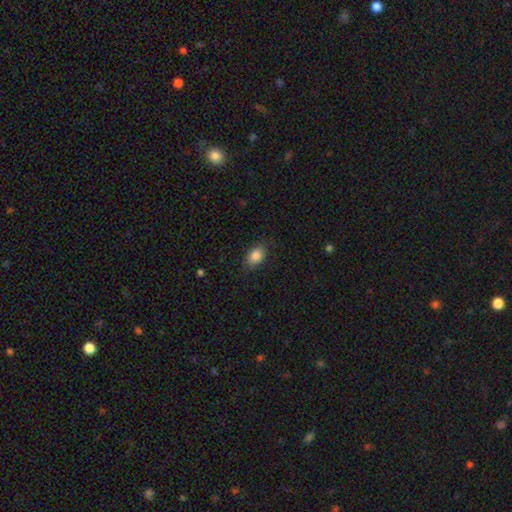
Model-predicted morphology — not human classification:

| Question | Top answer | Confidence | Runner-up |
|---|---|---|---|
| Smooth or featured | smooth | 85% | star or artifact (9%) |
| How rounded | in between | 77% | round (22%) |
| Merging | none | 82% | minor disturbance (13%) |